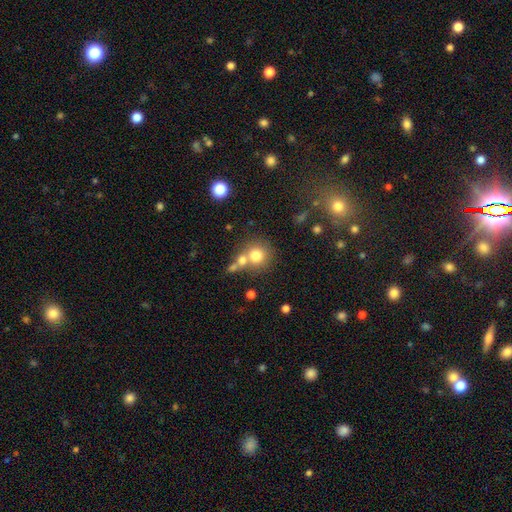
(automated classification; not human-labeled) Smooth or featured? smooth (75%)
How rounded? round (87%)
Merging? none (49%)